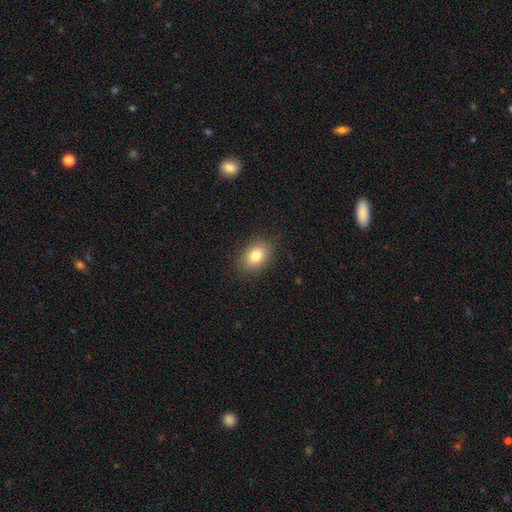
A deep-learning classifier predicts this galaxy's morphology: Smooth or featured? Predicted: smooth (p=0.83). How rounded? Predicted: in between (p=0.79). Merging? Predicted: none (p=0.86).